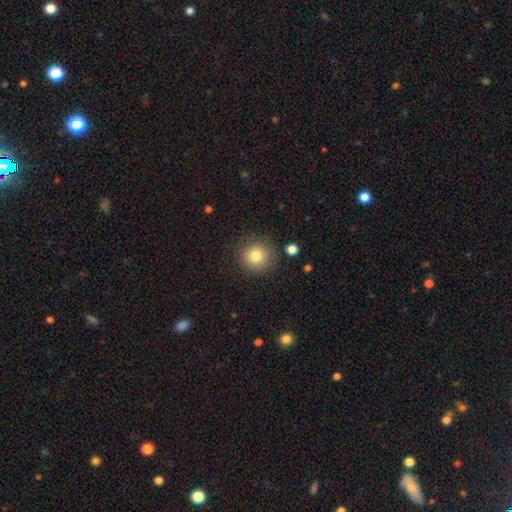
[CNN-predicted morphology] Q: Smooth or featured?
A: smooth (81%); runner-up: star or artifact (11%)
Q: How rounded?
A: round (93%); runner-up: in between (6%)
Q: Merging?
A: none (86%); runner-up: minor disturbance (9%)